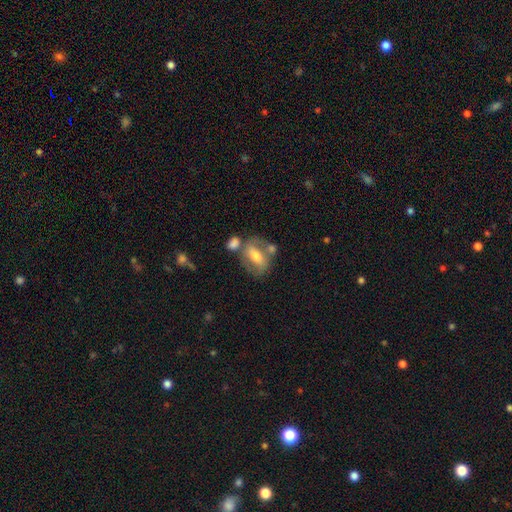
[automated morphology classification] smooth_or_featured: featured or disk (p=0.55) [alt: smooth p=0.38]
disk_edge_on: no (p=0.90) [alt: yes p=0.10]
merging: none (p=0.52) [alt: merger p=0.24]